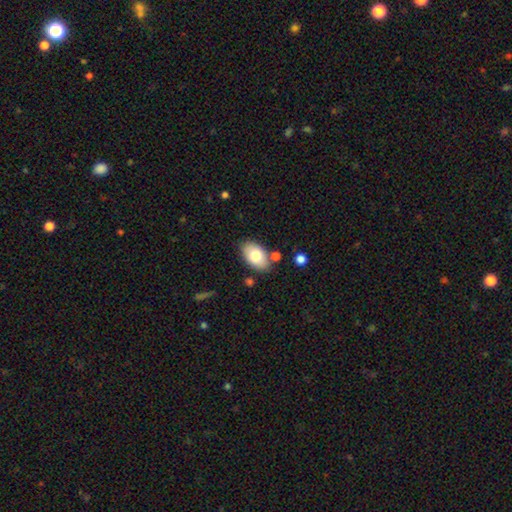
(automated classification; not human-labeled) Smooth or featured? smooth (76%)
How rounded? in between (91%)
Merging? none (79%)